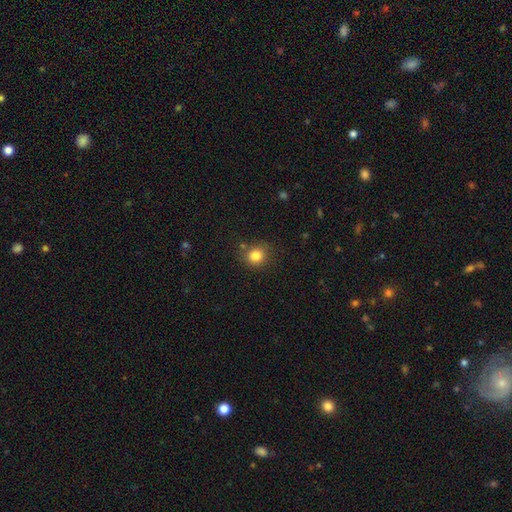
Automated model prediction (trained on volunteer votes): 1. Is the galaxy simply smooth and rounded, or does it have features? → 83% smooth, 11% star or artifact, 6% featured or disk.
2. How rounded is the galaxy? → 79% round, 20% in between, 1% cigar-shaped.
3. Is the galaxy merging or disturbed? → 76% none, 14% minor disturbance, 6% merger, 4% major disturbance.